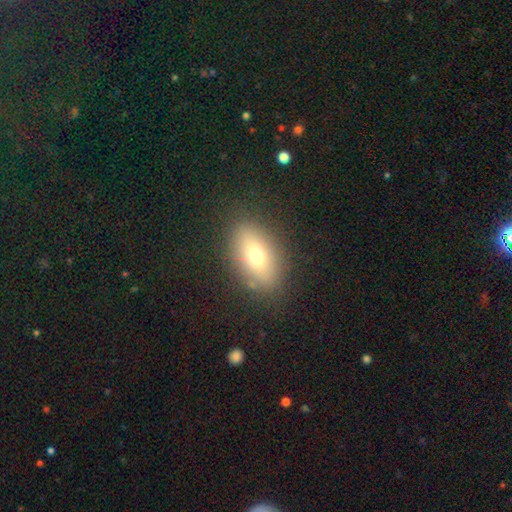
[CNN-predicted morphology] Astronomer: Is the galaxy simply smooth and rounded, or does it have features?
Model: smooth — 68%.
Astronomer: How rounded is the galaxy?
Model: in between — 83%.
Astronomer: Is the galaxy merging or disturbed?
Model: none — 84%.